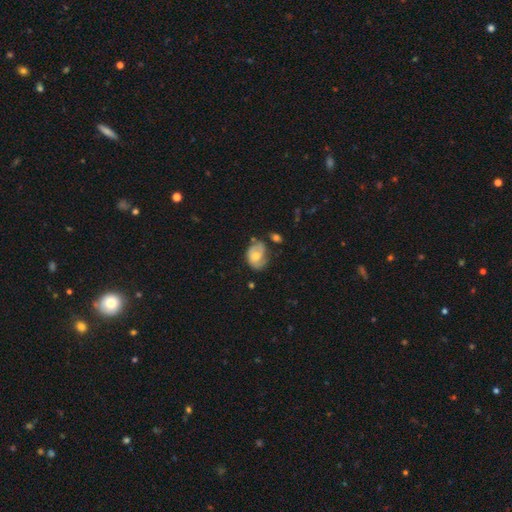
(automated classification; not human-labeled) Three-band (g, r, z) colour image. It shows a smooth galaxy with no disk features (53%) that is in between round and cigar-shaped (69%). Merging: none (39%).